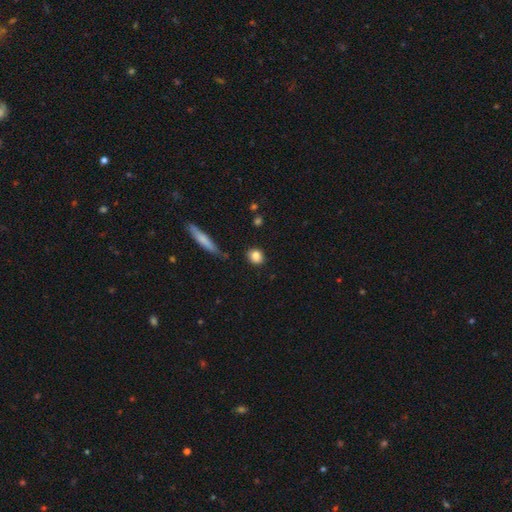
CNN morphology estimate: smooth_or_featured: smooth (p=0.83) [alt: star or artifact p=0.09]
how_rounded: round (p=0.73) [alt: in between p=0.24]
merging: none (p=0.83) [alt: minor disturbance p=0.11]